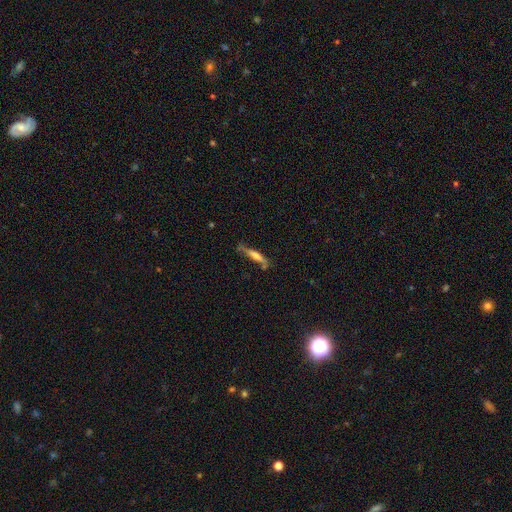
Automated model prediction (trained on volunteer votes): smooth_or_featured: smooth (p=0.46) [tied with: featured or disk p=0.46]
merging: none (p=0.67) [alt: minor disturbance p=0.20]